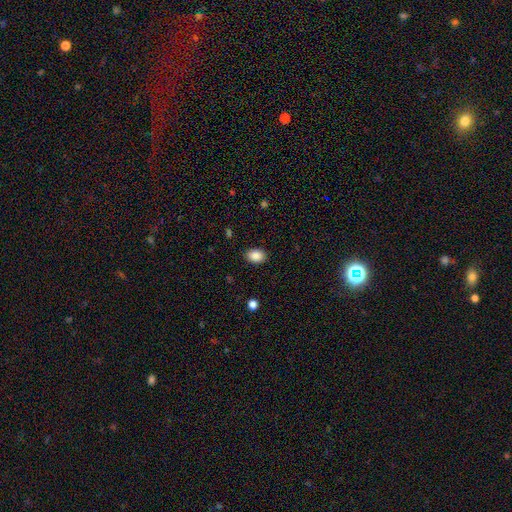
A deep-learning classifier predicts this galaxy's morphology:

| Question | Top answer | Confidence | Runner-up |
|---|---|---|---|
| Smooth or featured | smooth | 88% | star or artifact (8%) |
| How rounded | in between | 74% | round (25%) |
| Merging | none | 88% | minor disturbance (9%) |